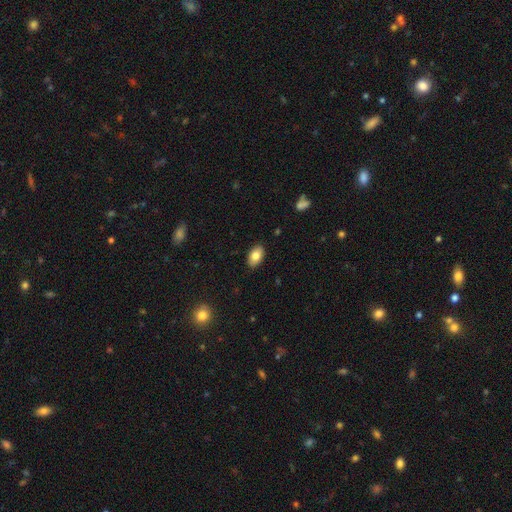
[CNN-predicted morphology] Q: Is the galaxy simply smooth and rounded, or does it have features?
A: smooth — 83%.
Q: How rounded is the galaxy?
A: in between — 93%.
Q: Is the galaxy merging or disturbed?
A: none — 88%.